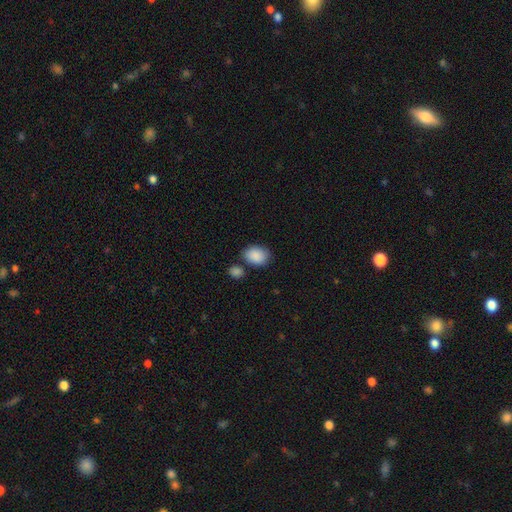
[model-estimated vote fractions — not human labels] A smooth galaxy with no disk features (89%) that is in between round and cigar-shaped (68%).

Vote fractions:
- Smooth or featured? smooth: 89% / star or artifact: 7% / featured or disk: 4%
- How rounded? in between: 68% / round: 31% / cigar-shaped: 1%
- Merging? none: 67% / minor disturbance: 15% / merger: 14% / major disturbance: 4%